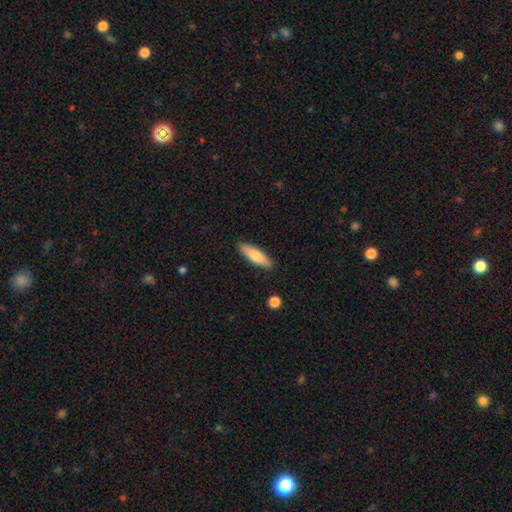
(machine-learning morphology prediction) This is likely a smooth galaxy (78%). How rounded: possibly cigar-shaped (54%). Merging: clearly none (88%).